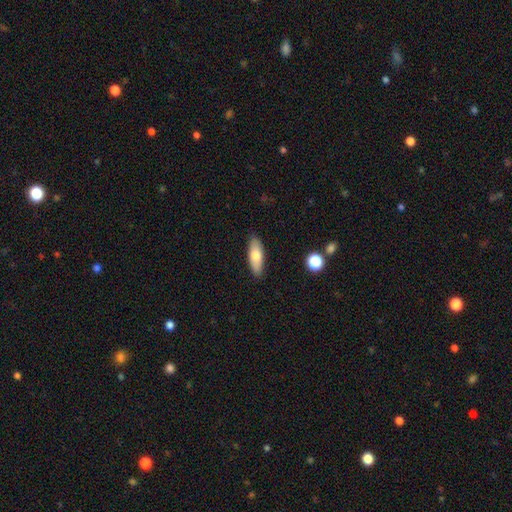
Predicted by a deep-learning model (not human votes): Smooth or featured: smooth — 73% (featured or disk — 21%)
How rounded: in between — 69% (cigar-shaped — 28%)
Merging: none — 88% (minor disturbance — 9%)